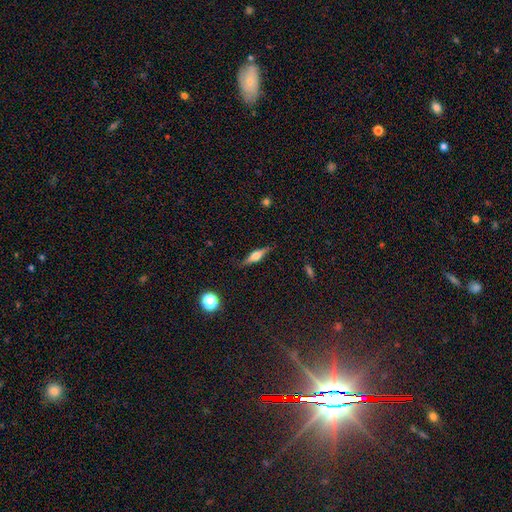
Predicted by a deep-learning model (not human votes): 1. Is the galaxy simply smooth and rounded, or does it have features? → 63% featured or disk, 30% smooth, 7% star or artifact.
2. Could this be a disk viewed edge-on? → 96% yes, 4% no.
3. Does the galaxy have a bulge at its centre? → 88% rounded, 10% boxy, 3% none.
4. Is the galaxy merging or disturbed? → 85% none, 11% minor disturbance, 2% major disturbance, 1% merger.